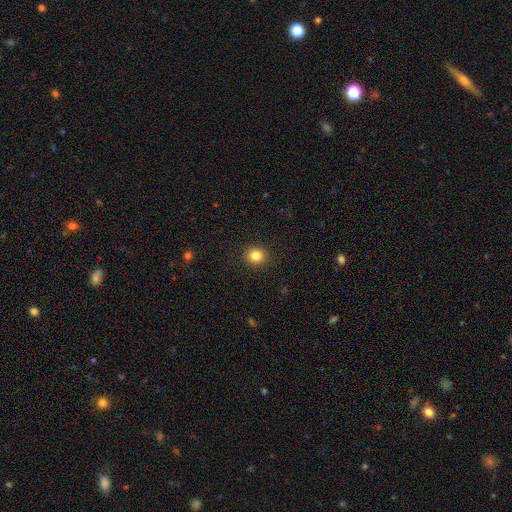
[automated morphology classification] This is clearly a smooth galaxy (83%). How rounded: clearly round (87%). Merging: clearly none (91%).